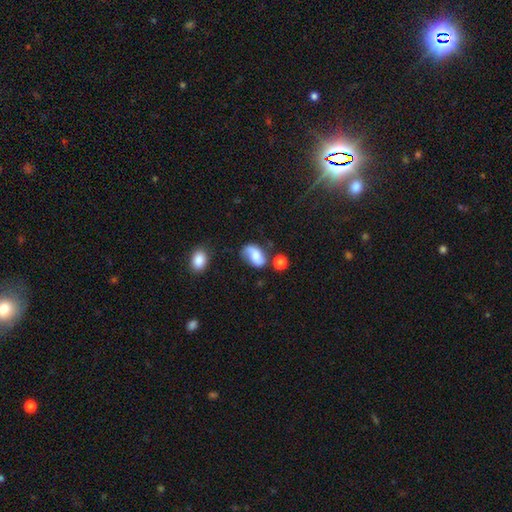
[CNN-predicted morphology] The model was most divided on "smooth or featured": smooth: 52%, featured or disk: 38%, star or artifact: 10%. More confident: how rounded — in between (87%); merging — none (53%).